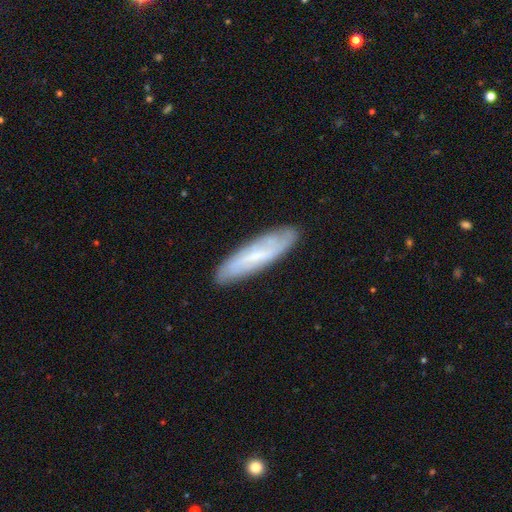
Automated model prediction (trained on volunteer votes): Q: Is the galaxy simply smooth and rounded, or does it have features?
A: featured or disk — 50%.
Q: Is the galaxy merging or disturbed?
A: none — 83%.